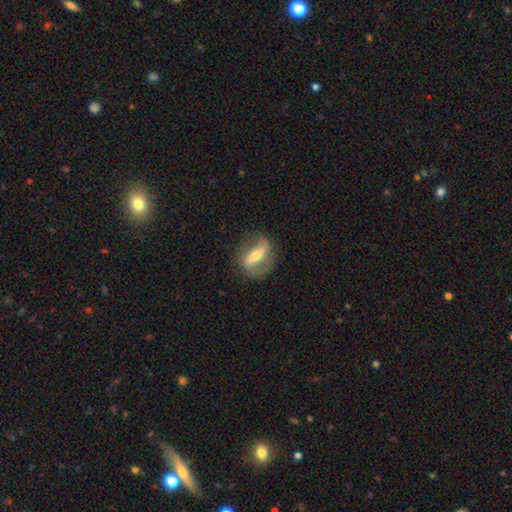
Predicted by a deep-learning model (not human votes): Smooth or featured? featured or disk (74%)
Edge-on disk? no (82%)
Bar? strong (65%)
Spiral arms? yes (72%)
Bulge size? moderate (58%)
Merging? none (79%)